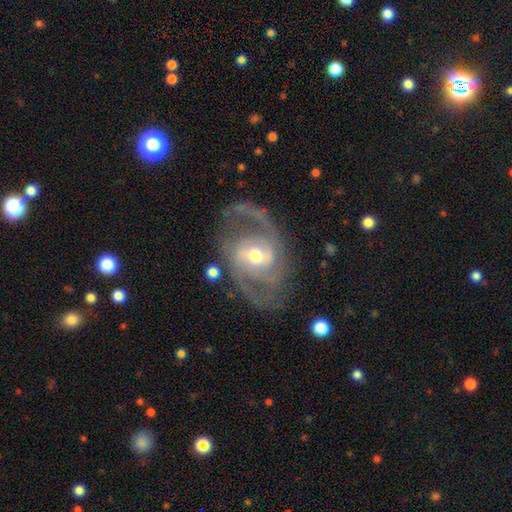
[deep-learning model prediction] This appears to be a featured or disk galaxy (88%) with a weak bar (47%), 2 (82%) medium (53%) spiral arms (93%) and a moderate central bulge (65%). Merging: none (68%).